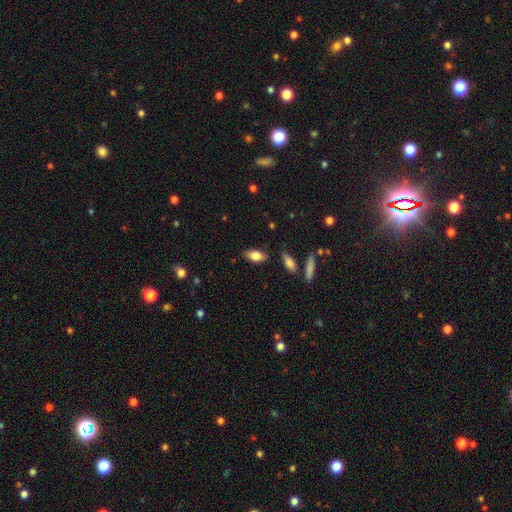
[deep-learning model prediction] Q: Smooth or featured?
A: smooth (75%); runner-up: featured or disk (17%)
Q: How rounded?
A: in between (86%); runner-up: cigar-shaped (10%)
Q: Merging?
A: none (81%); runner-up: minor disturbance (14%)